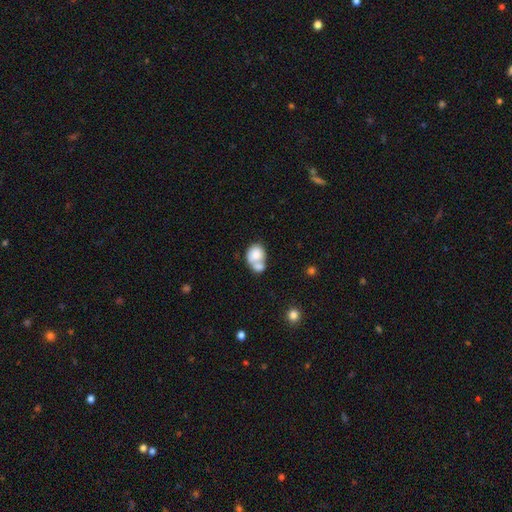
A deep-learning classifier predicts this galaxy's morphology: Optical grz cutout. It shows a smooth galaxy with no disk features (76%) that is in between round and cigar-shaped (53%). Merging: merger (66%).